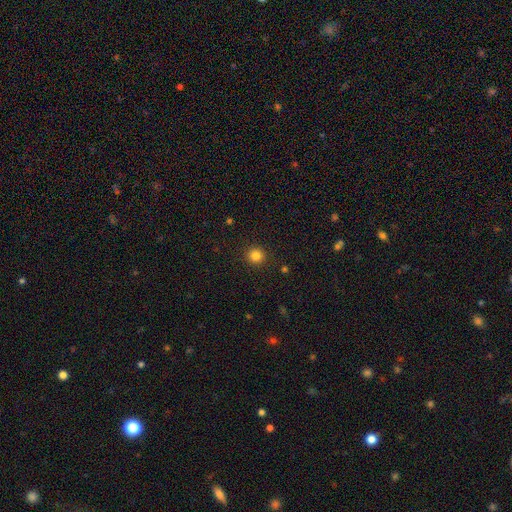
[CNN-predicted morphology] Smooth or featured? smooth (83%)
How rounded? round (93%)
Merging? none (92%)